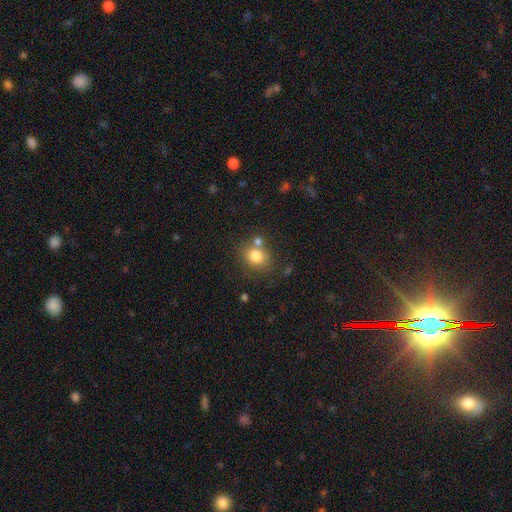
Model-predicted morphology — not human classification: The model was most divided on "how rounded": round: 63%, in between: 36%, cigar-shaped: 1%. More confident: smooth or featured — smooth (79%); merging — none (61%).